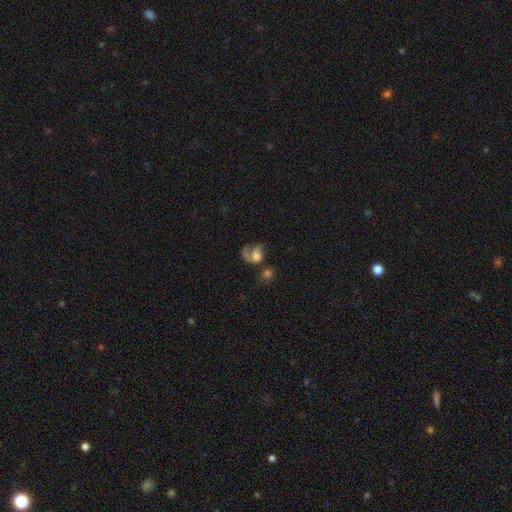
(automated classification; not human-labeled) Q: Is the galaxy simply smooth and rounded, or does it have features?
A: smooth — 45%.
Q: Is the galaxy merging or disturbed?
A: major disturbance — 36%.